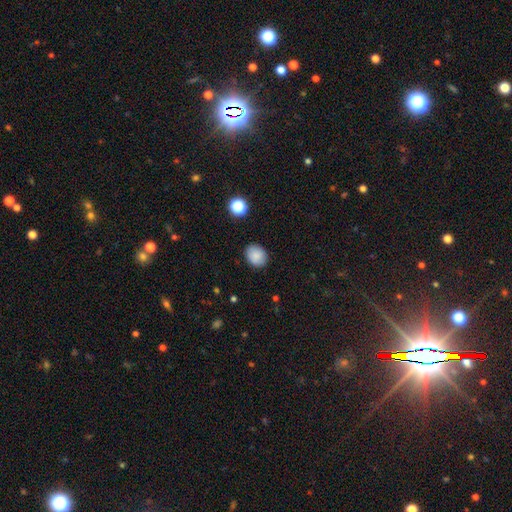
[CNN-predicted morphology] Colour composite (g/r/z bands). It shows a smooth galaxy with no disk features (86%) that is round (53%). Merging: none (87%).